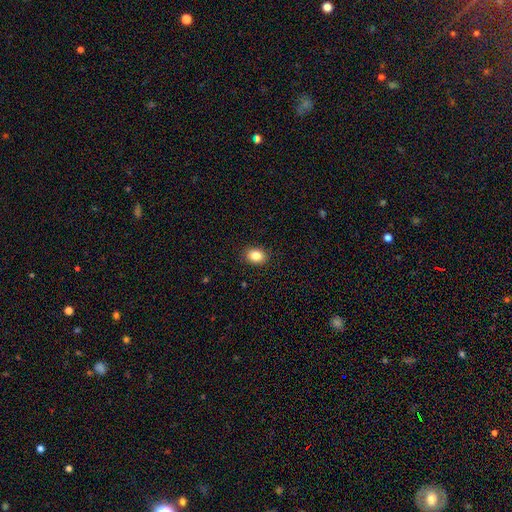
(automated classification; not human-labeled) Overall: smooth (85%). How rounded: in between (62%; round 37%). Merging: none (90%).